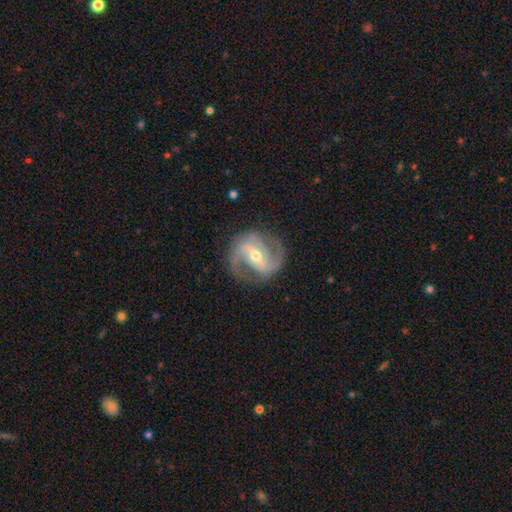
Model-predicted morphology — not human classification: Smooth or featured? Predicted: featured or disk (p=0.91). Edge-on disk? Predicted: no (p=0.97). Bar? Predicted: strong (p=0.43). Spiral arms? Predicted: yes (p=0.98). Spiral winding? Predicted: medium (p=0.54). Spiral arm count? Predicted: 2 (p=0.70). Bulge size? Predicted: moderate (p=0.56). Merging? Predicted: none (p=0.80).